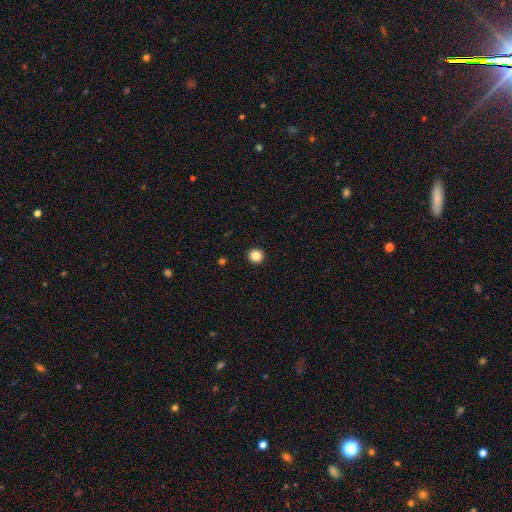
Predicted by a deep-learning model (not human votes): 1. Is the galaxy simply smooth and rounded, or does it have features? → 86% smooth, 10% star or artifact, 4% featured or disk.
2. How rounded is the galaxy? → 95% round, 4% in between, 1% cigar-shaped.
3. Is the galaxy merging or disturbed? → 94% none, 3% minor disturbance, 1% major disturbance, 1% merger.